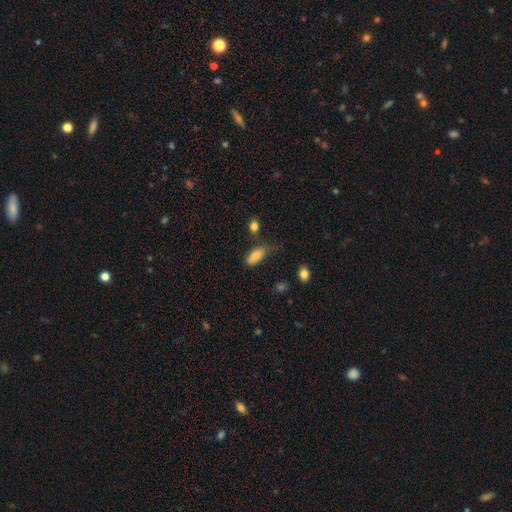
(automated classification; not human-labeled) Overall: smooth (84%). How rounded: in between (83%). Merging: none (50%; minor disturbance 33%).